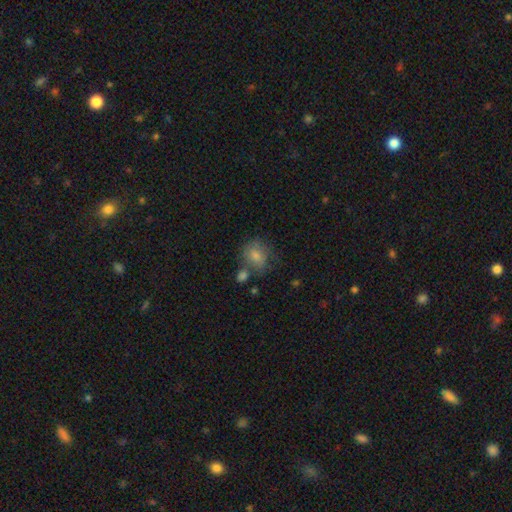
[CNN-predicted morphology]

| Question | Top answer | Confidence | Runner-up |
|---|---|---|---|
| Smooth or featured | smooth | 68% | featured or disk (20%) |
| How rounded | round | 65% | in between (34%) |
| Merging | none | 57% | minor disturbance (20%) |